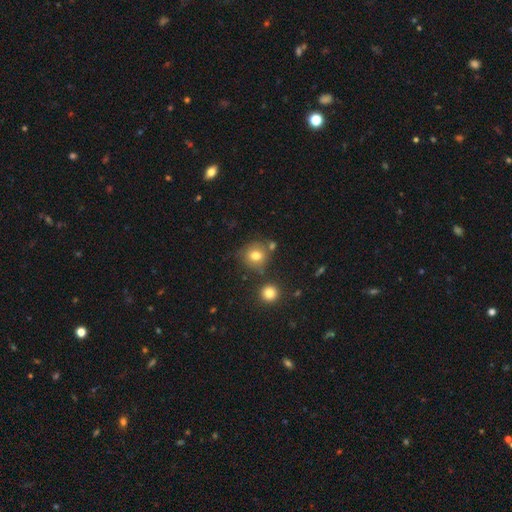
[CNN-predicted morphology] This appears to be a smooth galaxy with no disk features (76%) that is round (85%). Merging: none (70%).